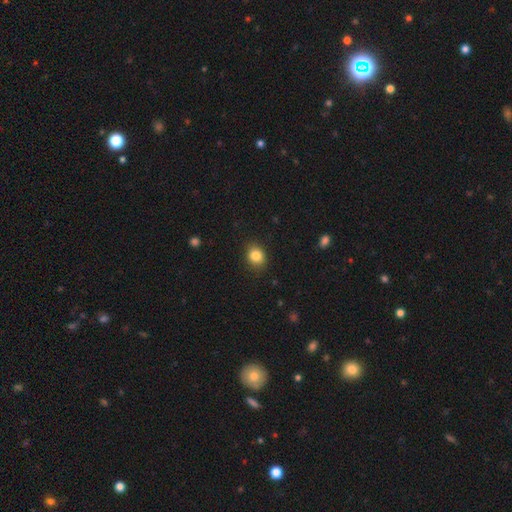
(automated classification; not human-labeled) A smooth galaxy with no disk features (84%) that is round (63%).

Vote fractions:
- Smooth or featured? smooth: 84% / star or artifact: 10% / featured or disk: 6%
- How rounded? round: 63% / in between: 36% / cigar-shaped: 1%
- Merging? none: 86% / minor disturbance: 11% / major disturbance: 3% / merger: 1%